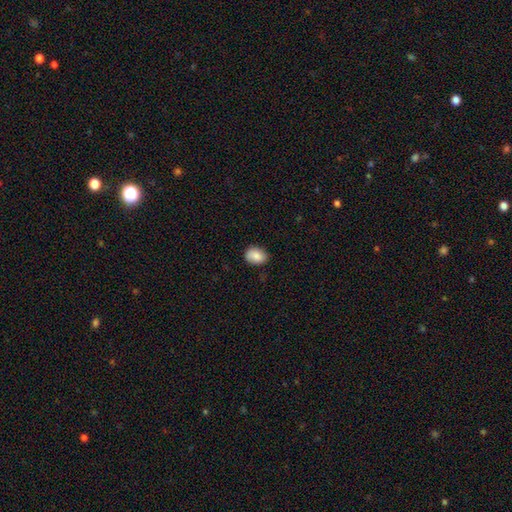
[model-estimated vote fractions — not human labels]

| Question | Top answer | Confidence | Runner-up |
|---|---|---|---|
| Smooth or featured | smooth | 86% | star or artifact (8%) |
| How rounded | in between | 69% | round (30%) |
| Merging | none | 83% | minor disturbance (14%) |